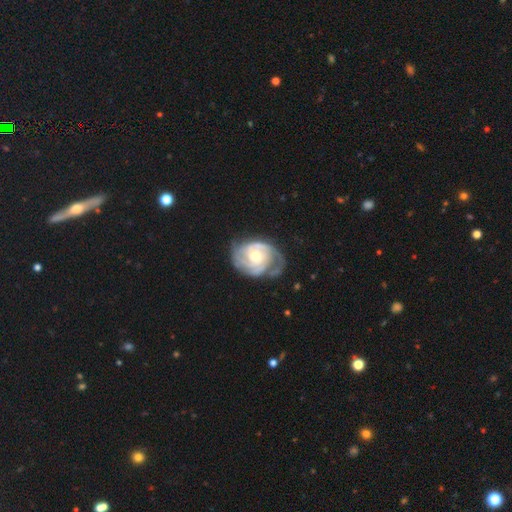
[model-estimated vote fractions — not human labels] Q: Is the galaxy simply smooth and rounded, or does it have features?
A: featured or disk — 86%.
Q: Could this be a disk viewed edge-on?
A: no — 98%.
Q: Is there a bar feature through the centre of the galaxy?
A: no — 70%.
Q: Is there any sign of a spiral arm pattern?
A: yes — 94%.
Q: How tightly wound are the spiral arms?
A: tight — 64%.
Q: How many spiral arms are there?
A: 2 — 31%.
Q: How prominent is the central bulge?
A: moderate — 64%.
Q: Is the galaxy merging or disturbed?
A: none — 59%.